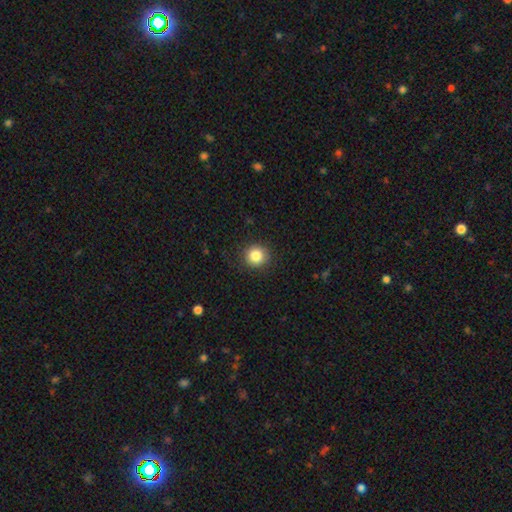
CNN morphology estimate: Smooth or featured?
  - smooth: 85% *
  - star or artifact: 10%
  - featured or disk: 5%
How rounded?
  - round: 92% *
  - in between: 7%
  - cigar-shaped: 1%
Merging?
  - none: 90% *
  - minor disturbance: 7%
  - major disturbance: 2%
  - merger: 1%